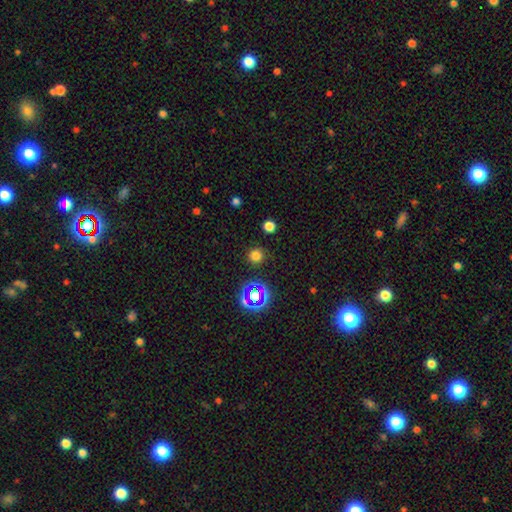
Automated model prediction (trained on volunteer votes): Smooth or featured: smooth — 74% (star or artifact — 21%)
How rounded: round — 93% (in between — 6%)
Merging: none — 88% (minor disturbance — 7%)